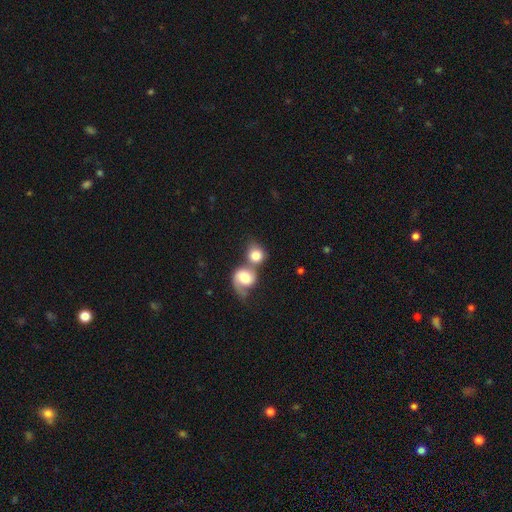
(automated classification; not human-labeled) smooth-or-featured: smooth: 70% | featured or disk: 23% | star or artifact: 7%
  how-rounded: round: 71% | in between: 27% | cigar-shaped: 1%
  merging: merger: 64% | none: 21% | minor disturbance: 7% | major disturbance: 7%